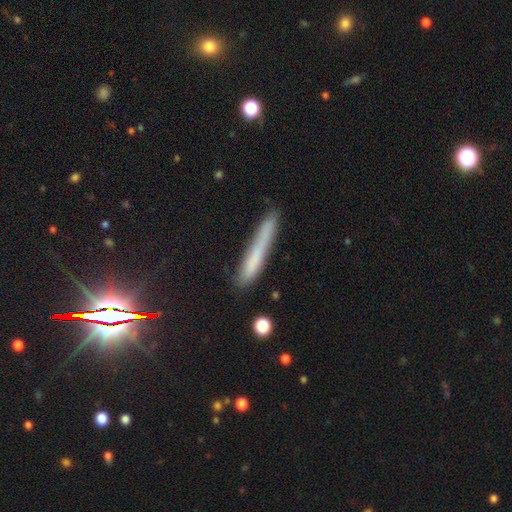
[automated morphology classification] smooth-or-featured: smooth: 65% | featured or disk: 23% | star or artifact: 12%
  how-rounded: cigar-shaped: 95% | in between: 3% | round: 1%
  merging: none: 77% | minor disturbance: 17% | major disturbance: 3% | merger: 2%